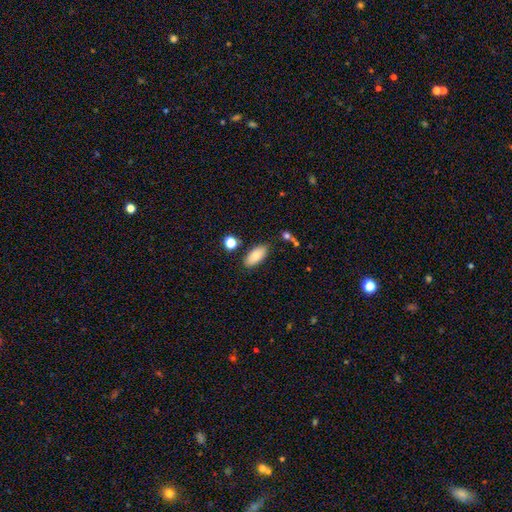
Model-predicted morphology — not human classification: A smooth galaxy with no disk features (86%) that is in between round and cigar-shaped (88%). Merging: none (84%).